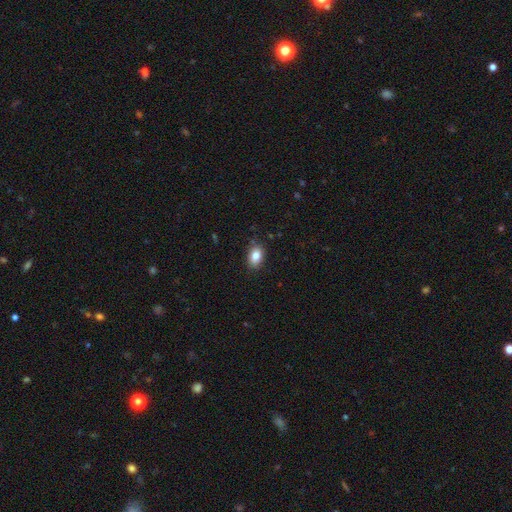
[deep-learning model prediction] Smooth or featured?
  - smooth: 83% *
  - star or artifact: 9%
  - featured or disk: 8%
How rounded?
  - in between: 83% *
  - round: 16%
  - cigar-shaped: 1%
Merging?
  - none: 85% *
  - minor disturbance: 12%
  - major disturbance: 2%
  - merger: 1%